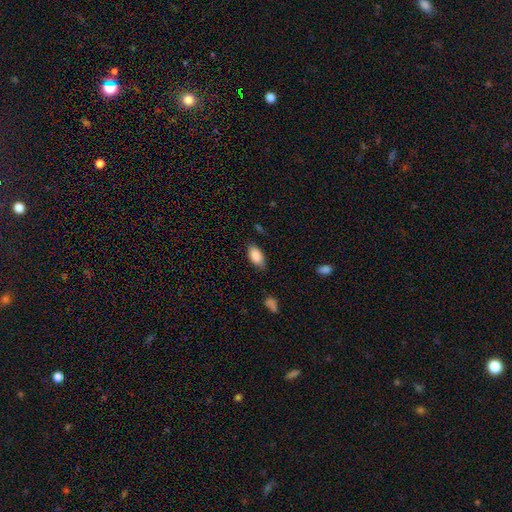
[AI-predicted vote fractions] Morphology: type=smooth (88%); roundness=in between (93%); merging=none (80%).